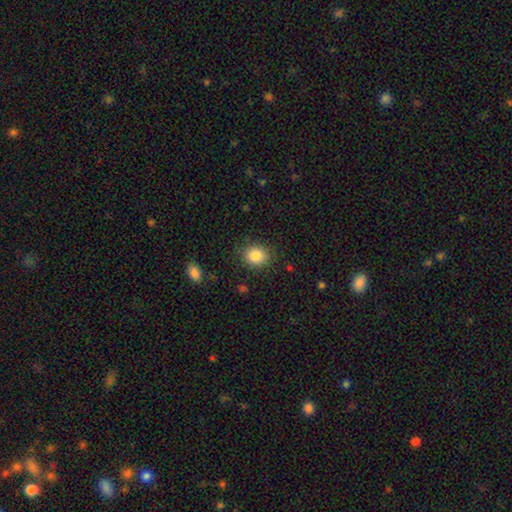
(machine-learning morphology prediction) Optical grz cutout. It shows a smooth galaxy with no disk features (86%) that is round (71%). Merging: none (86%).